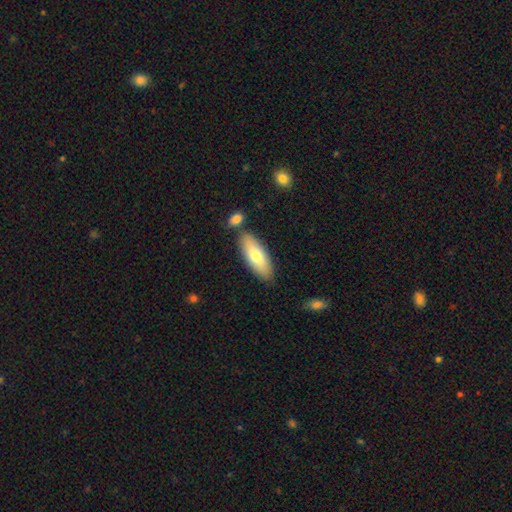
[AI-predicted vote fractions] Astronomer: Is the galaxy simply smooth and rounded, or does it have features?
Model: smooth — 71%.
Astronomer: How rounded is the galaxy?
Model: in between — 71%.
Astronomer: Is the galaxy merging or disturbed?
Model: none — 80%.